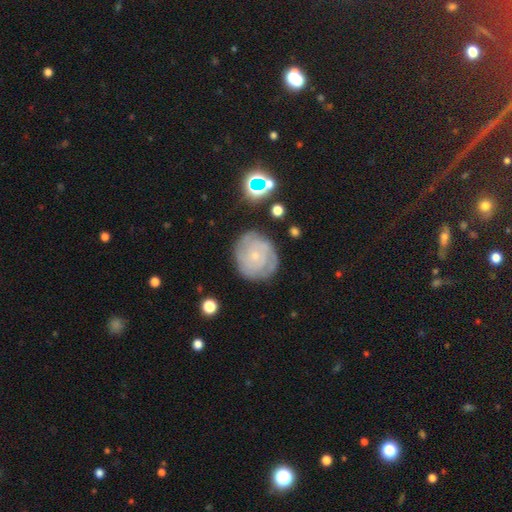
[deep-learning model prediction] This appears to be a featured or disk galaxy (69%) with no bar (83%), tight (74%) spiral arms (85%) and a small central bulge (84%). Merging: none (76%).